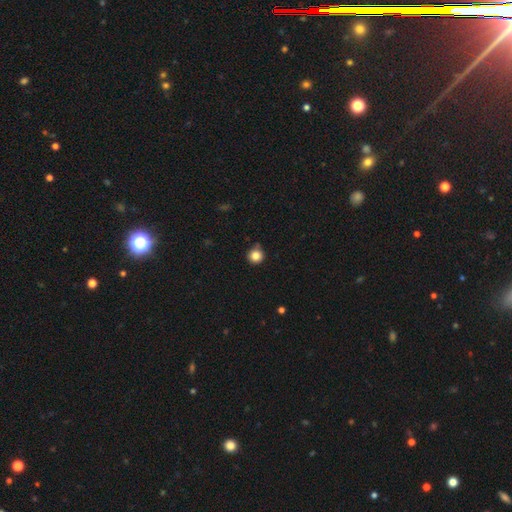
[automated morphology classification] A smooth galaxy with no disk features (84%) that is round (95%). Merging: none (85%).